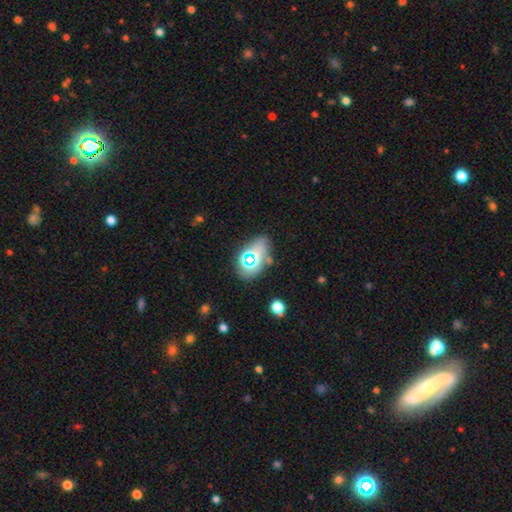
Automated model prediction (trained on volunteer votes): Smooth or featured? smooth (51%)
How rounded? in between (80%)
Merging? none (69%)